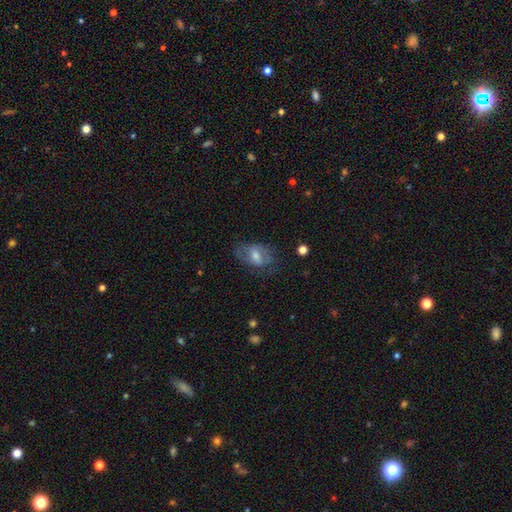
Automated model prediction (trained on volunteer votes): Q: Smooth or featured?
A: smooth (46%); runner-up: featured or disk (44%)
Q: Merging?
A: none (59%); runner-up: minor disturbance (23%)